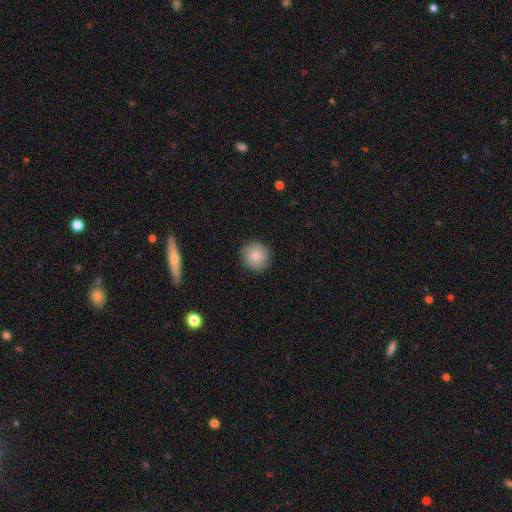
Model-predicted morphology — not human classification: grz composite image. It shows a smooth galaxy with no disk features (84%) that is round (90%). Merging: none (88%).